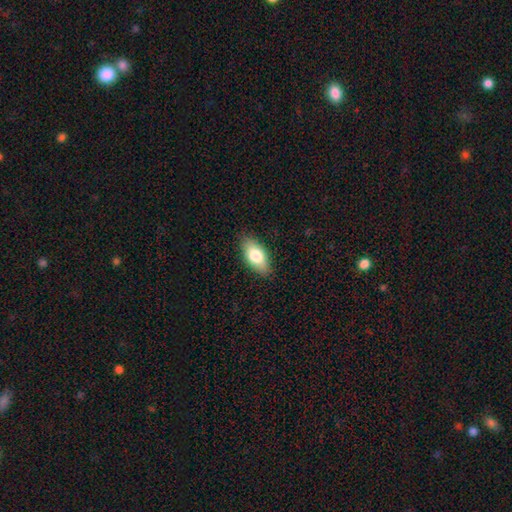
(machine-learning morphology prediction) smooth 77%, featured or disk 16%, star or artifact 7%. Down the decision tree: how rounded — in between (89%); merging — none (86%).